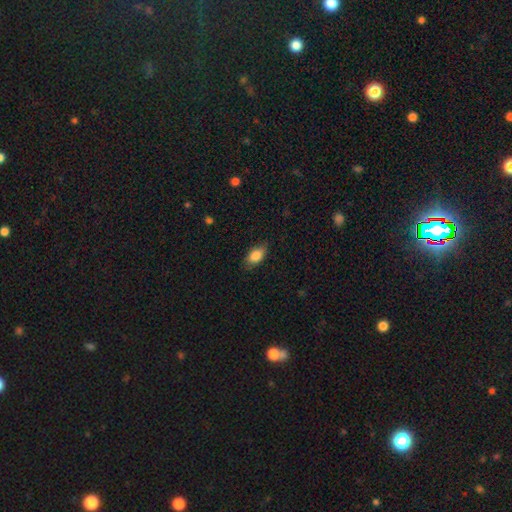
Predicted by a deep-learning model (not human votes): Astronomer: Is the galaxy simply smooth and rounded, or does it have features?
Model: smooth — 84%.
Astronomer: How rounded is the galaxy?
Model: in between — 89%.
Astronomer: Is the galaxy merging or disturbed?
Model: none — 78%.